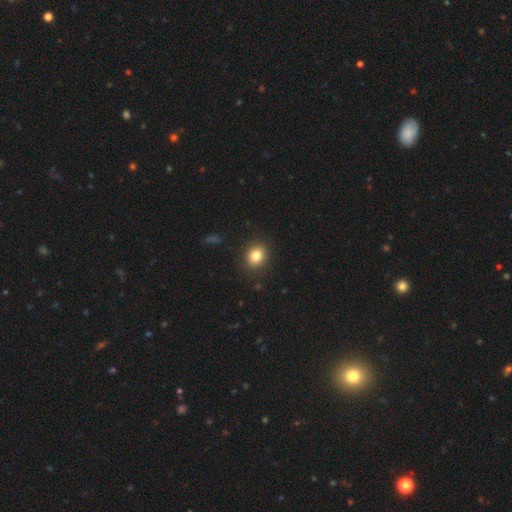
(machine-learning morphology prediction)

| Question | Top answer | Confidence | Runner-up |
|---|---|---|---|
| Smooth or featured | smooth | 82% | star or artifact (11%) |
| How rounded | round | 63% | in between (36%) |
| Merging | none | 89% | minor disturbance (7%) |